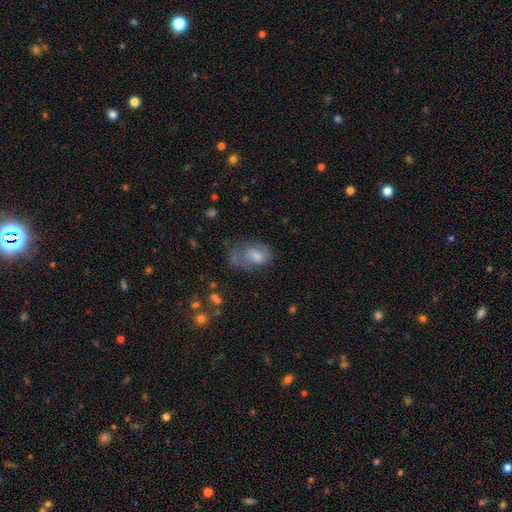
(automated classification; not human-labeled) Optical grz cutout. It shows a smooth galaxy with no disk features (57%) that is in between round and cigar-shaped (82%). Merging: major disturbance (33%).